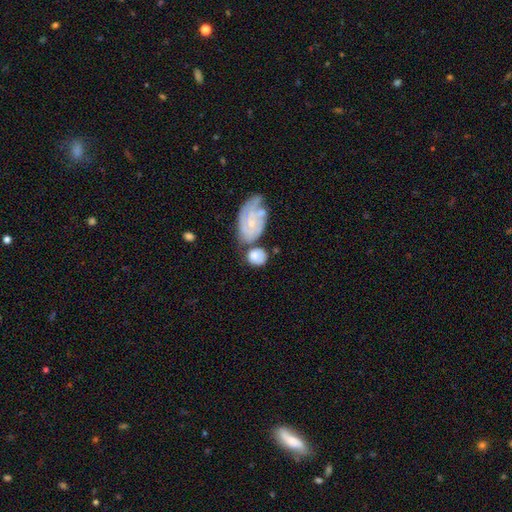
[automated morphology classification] Smooth or featured?
  - smooth: 66% *
  - featured or disk: 27%
  - star or artifact: 7%
How rounded?
  - round: 59% *
  - in between: 40%
  - cigar-shaped: 2%
Merging?
  - none: 43% *
  - merger: 29%
  - minor disturbance: 18%
  - major disturbance: 10%